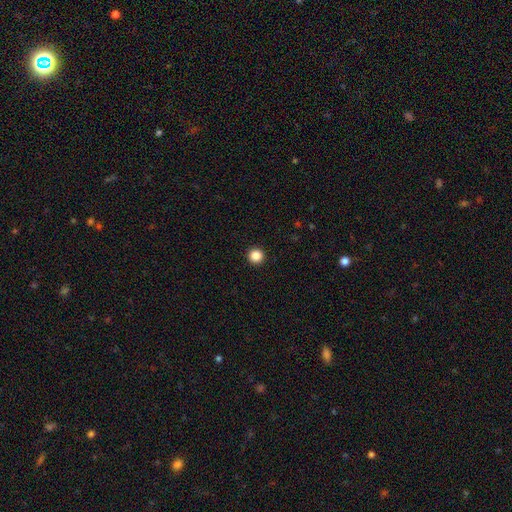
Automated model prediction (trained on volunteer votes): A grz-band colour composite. It shows a smooth galaxy with no disk features (86%) that is round (96%). Merging: none (94%).